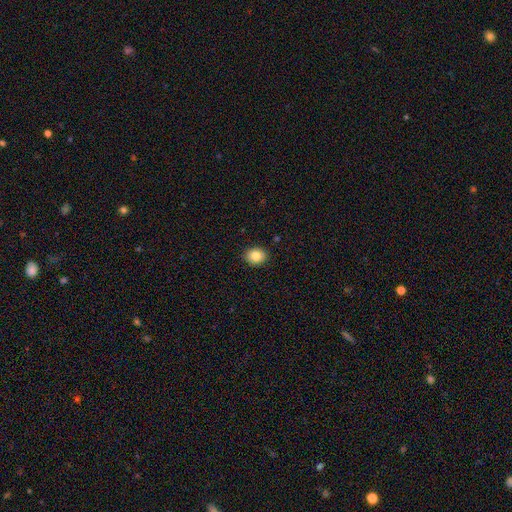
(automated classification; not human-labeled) smooth_or_featured: smooth (p=0.84) [alt: star or artifact p=0.09]
how_rounded: round (p=0.63) [alt: in between p=0.36]
merging: none (p=0.90) [alt: minor disturbance p=0.07]